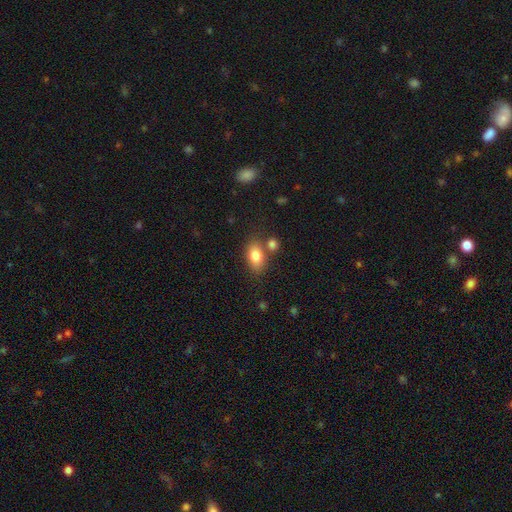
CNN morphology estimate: type=smooth (82%); roundness=in between (83%); merging=none (65%).